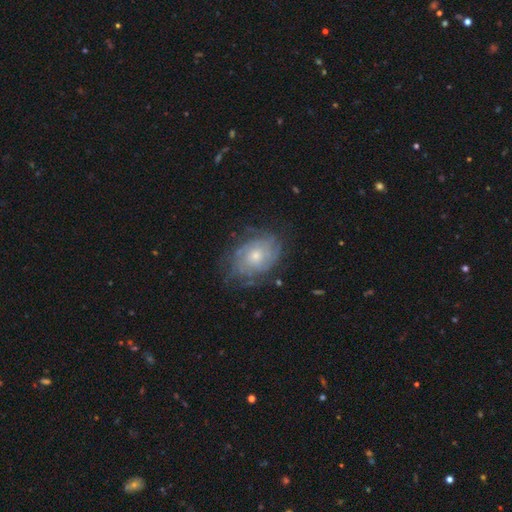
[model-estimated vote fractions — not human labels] A featured or disk galaxy (72%) with no bar (81%), tight (71%) spiral arms (86%) and a moderate central bulge (47%, tied with small). Merging: none (72%).